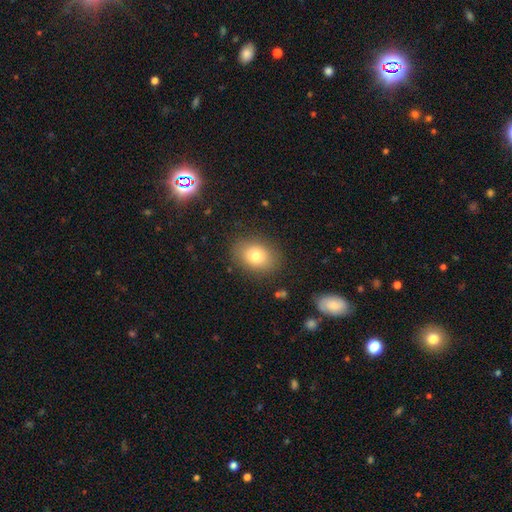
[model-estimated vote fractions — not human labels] Smooth or featured: smooth — 77% (featured or disk — 13%)
How rounded: in between — 67% (round — 32%)
Merging: none — 85% (minor disturbance — 10%)